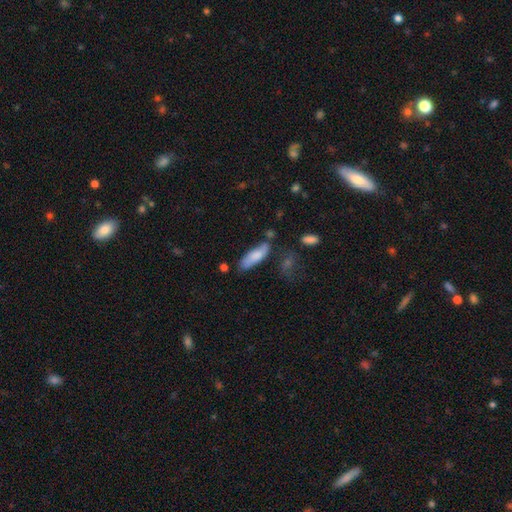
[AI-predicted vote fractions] Q: Smooth or featured?
A: smooth (76%); runner-up: featured or disk (18%)
Q: How rounded?
A: in between (59%); runner-up: cigar-shaped (40%)
Q: Merging?
A: none (60%); runner-up: minor disturbance (25%)